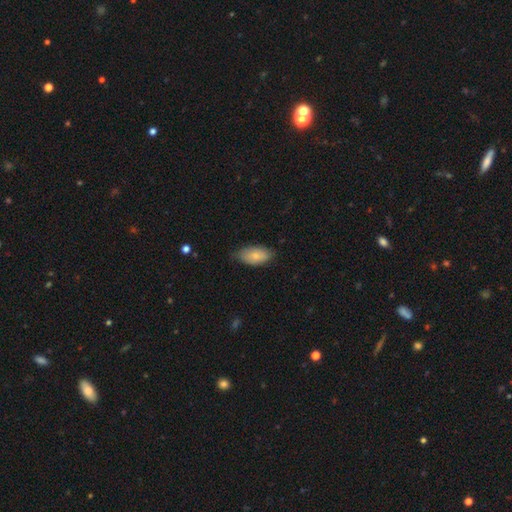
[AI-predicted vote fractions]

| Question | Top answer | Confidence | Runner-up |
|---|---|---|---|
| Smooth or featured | smooth | 81% | featured or disk (13%) |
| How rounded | in between | 93% | cigar-shaped (4%) |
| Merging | none | 67% | minor disturbance (28%) |